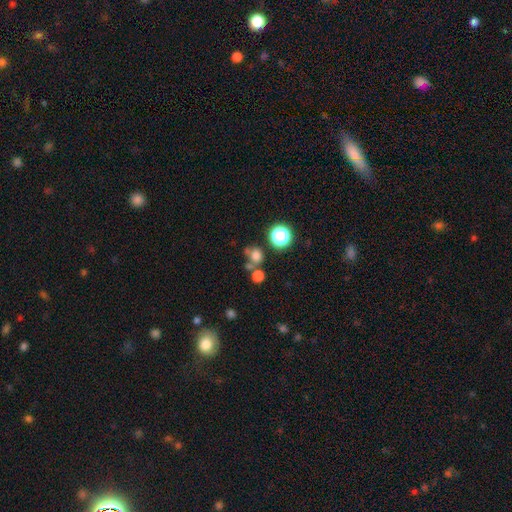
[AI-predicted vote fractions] Smooth or featured: smooth — 70% (star or artifact — 21%)
How rounded: round — 78% (in between — 20%)
Merging: none — 52% (merger — 30%)